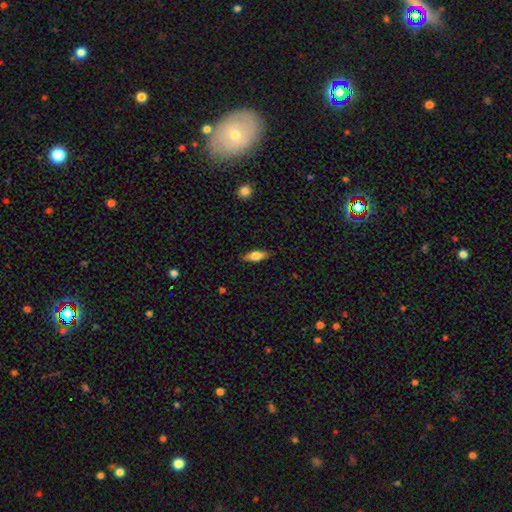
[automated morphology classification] smooth-or-featured: smooth: 67% | featured or disk: 27% | star or artifact: 6%
  how-rounded: in between: 60% | cigar-shaped: 37% | round: 3%
  merging: none: 87% | minor disturbance: 10% | major disturbance: 2% | merger: 1%